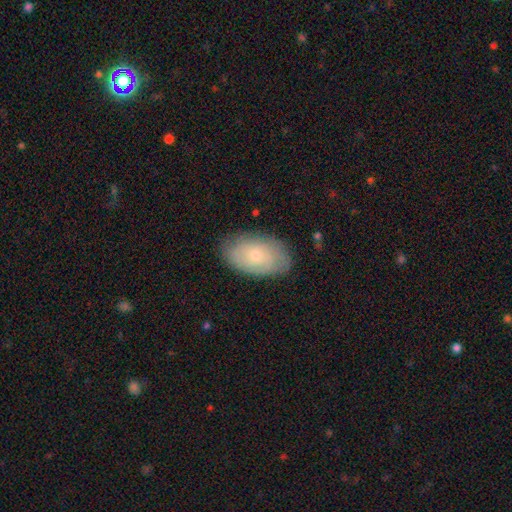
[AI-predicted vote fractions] Smooth or featured? smooth (57%)
How rounded? in between (92%)
Merging? none (79%)